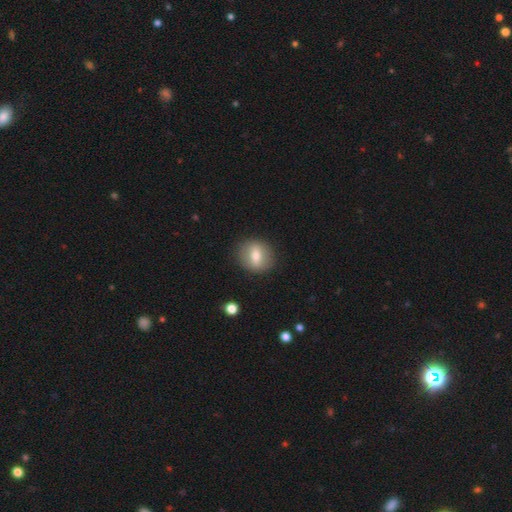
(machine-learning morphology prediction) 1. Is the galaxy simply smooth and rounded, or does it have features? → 69% smooth, 23% featured or disk, 8% star or artifact.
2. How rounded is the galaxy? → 66% round, 33% in between, 2% cigar-shaped.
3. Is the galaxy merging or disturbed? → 86% none, 9% minor disturbance, 3% major disturbance, 1% merger.